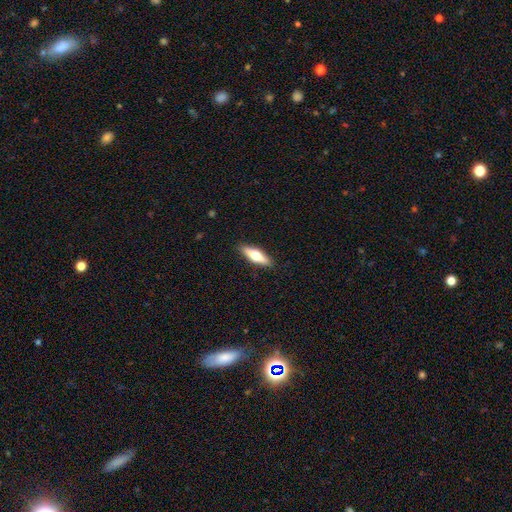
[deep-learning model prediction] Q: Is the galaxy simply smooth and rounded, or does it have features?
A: smooth — 50%.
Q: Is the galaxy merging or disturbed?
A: none — 90%.